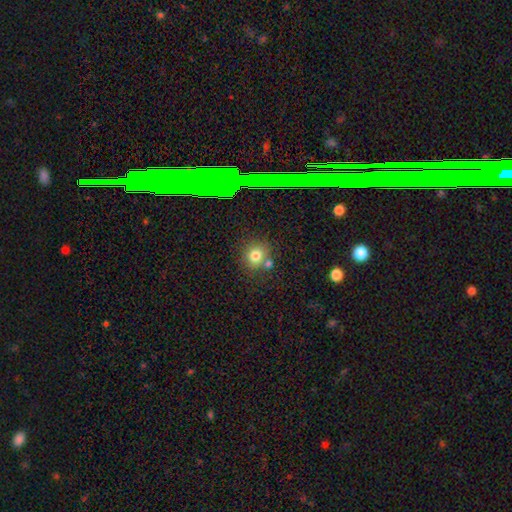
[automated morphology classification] Smooth or featured? smooth (77%)
How rounded? round (85%)
Merging? none (70%)